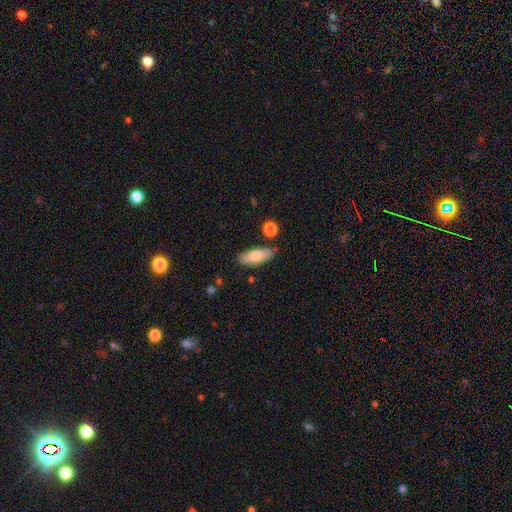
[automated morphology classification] The model was most divided on "how rounded": in between: 75%, cigar-shaped: 23%, round: 3%. More confident: merging — none (82%); smooth or featured — smooth (76%).